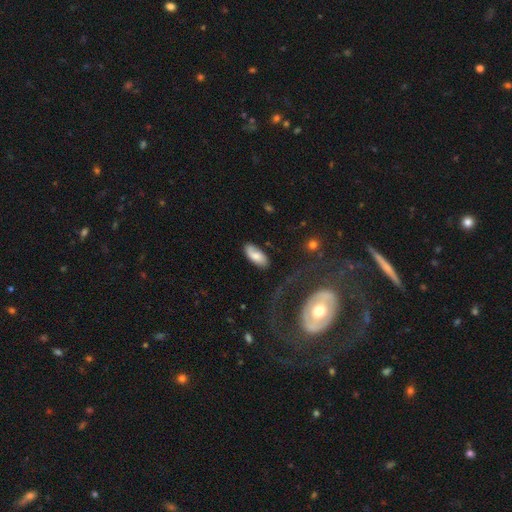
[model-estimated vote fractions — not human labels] The model was most divided on "smooth or featured": smooth: 70%, featured or disk: 23%, star or artifact: 7%. More confident: how rounded — in between (88%); merging — none (73%).